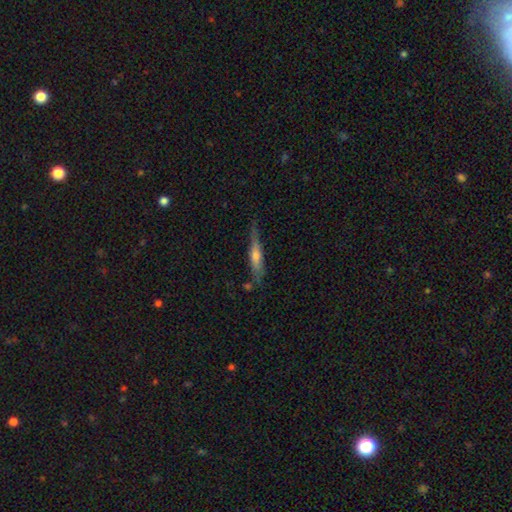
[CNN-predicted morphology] This appears to be a smooth galaxy with no disk features (48%). Merging: none (66%).